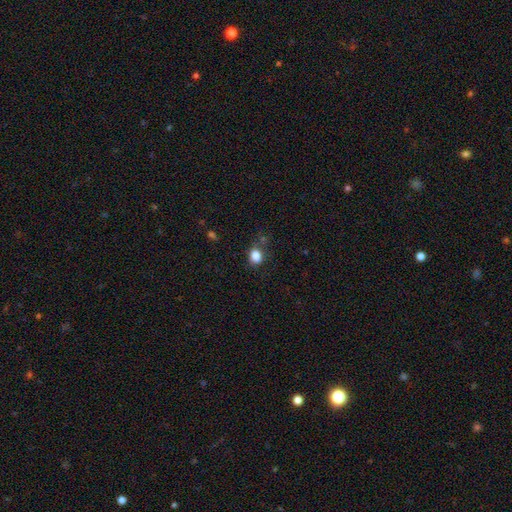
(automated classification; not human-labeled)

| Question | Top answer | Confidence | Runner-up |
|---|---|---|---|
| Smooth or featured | smooth | 84% | star or artifact (11%) |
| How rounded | in between | 54% | round (45%) |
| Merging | none | 73% | minor disturbance (18%) |